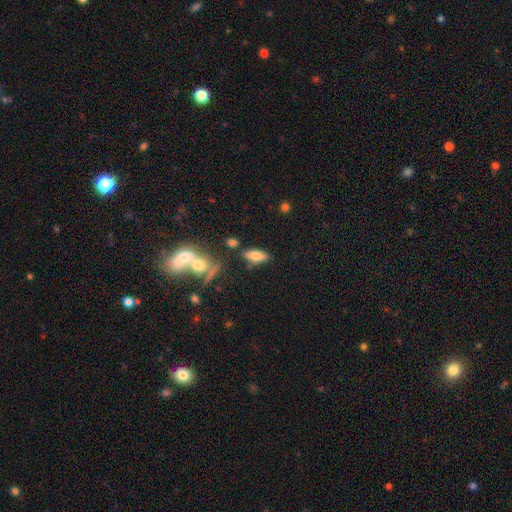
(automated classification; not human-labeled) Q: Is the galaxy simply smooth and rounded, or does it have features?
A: smooth — 75%.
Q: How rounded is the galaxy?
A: in between — 78%.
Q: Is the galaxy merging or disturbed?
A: none — 75%.